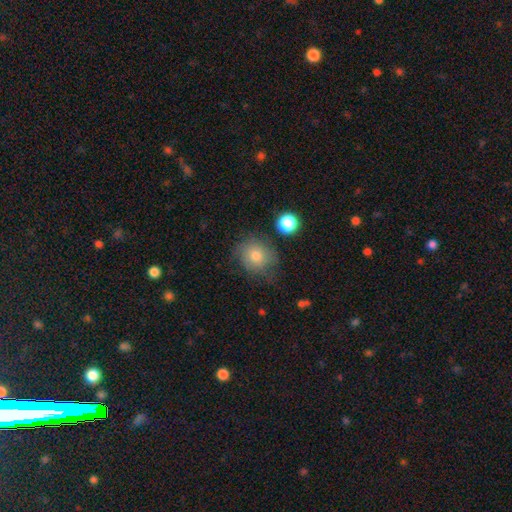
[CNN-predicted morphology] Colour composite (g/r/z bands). It shows a smooth galaxy with no disk features (72%) that is round (73%). Merging: none (66%).